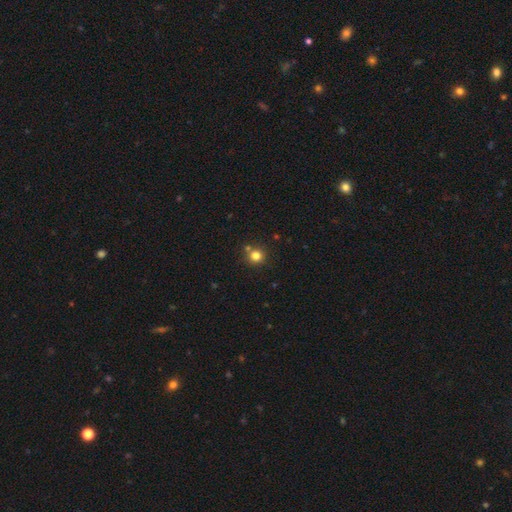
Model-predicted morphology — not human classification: This appears to be a smooth galaxy with no disk features (80%) that is round (92%). Merging: none (78%).